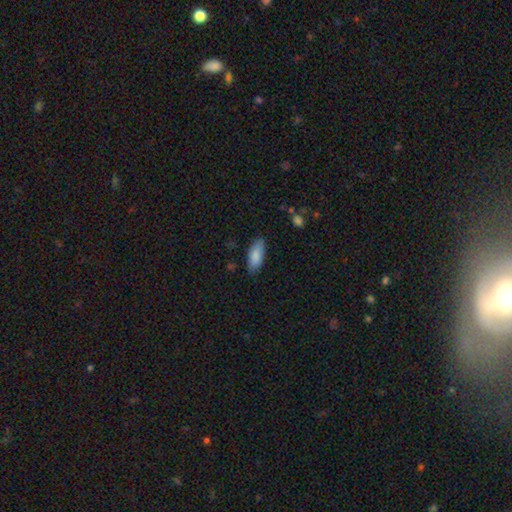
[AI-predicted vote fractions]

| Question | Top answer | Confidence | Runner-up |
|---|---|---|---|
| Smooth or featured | smooth | 86% | featured or disk (8%) |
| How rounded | in between | 80% | cigar-shaped (18%) |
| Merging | none | 81% | minor disturbance (15%) |